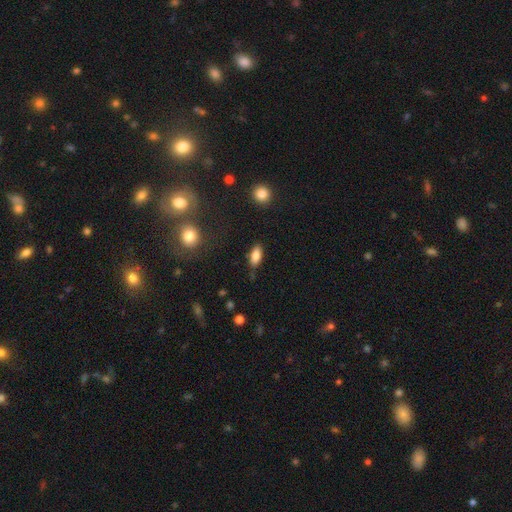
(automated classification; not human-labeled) This is clearly a smooth galaxy (82%). How rounded: clearly in between (85%). Merging: clearly none (81%).